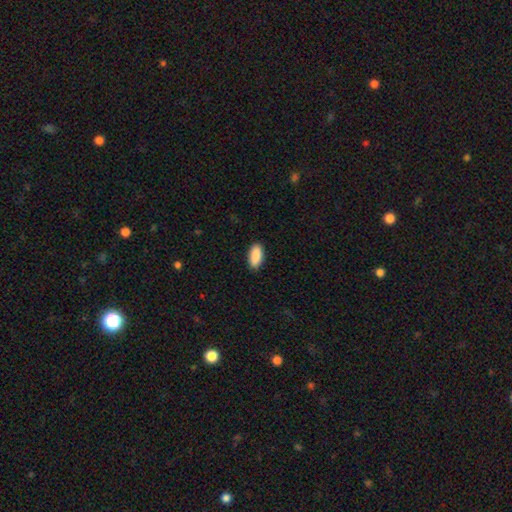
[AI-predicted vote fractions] smooth 91%, star or artifact 6%, featured or disk 3%. Down the decision tree: how rounded — in between (89%); merging — none (89%).